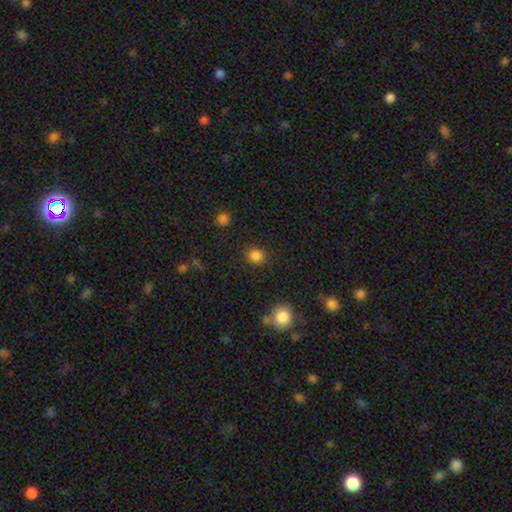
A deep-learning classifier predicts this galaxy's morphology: The model was most divided on "how rounded": round: 78%, in between: 21%, cigar-shaped: 1%. More confident: merging — none (85%); smooth or featured — smooth (84%).